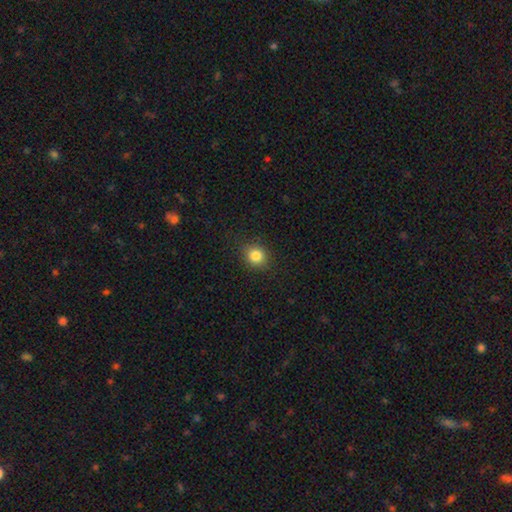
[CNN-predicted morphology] Smooth or featured: smooth — 83% (star or artifact — 11%)
How rounded: round — 81% (in between — 18%)
Merging: none — 89% (minor disturbance — 8%)